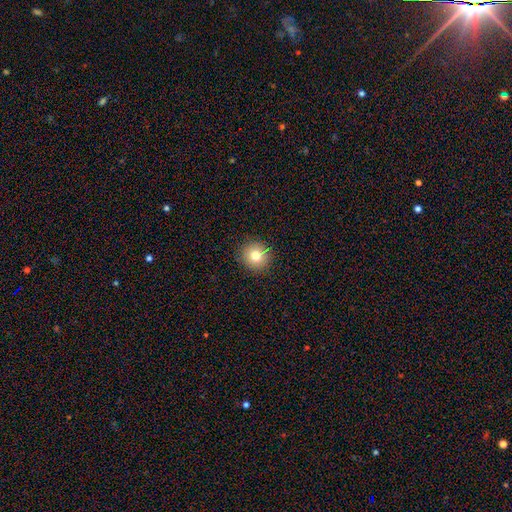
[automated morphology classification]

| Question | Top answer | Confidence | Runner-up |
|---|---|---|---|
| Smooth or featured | smooth | 77% | star or artifact (12%) |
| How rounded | round | 92% | in between (7%) |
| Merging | none | 90% | minor disturbance (6%) |